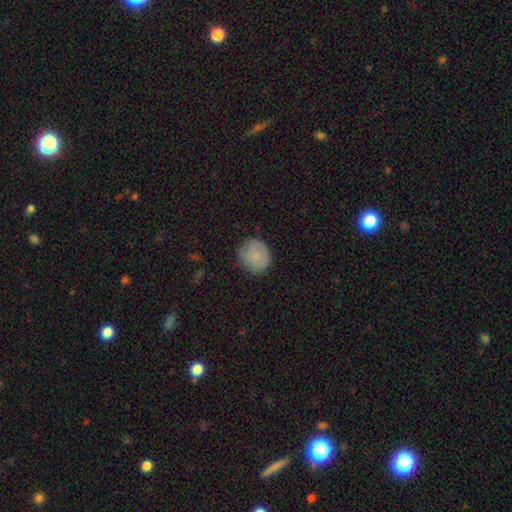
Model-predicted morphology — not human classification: A smooth galaxy with no disk features (84%) that is round (84%).

Vote fractions:
- Smooth or featured? smooth: 84% / featured or disk: 8% / star or artifact: 8%
- How rounded? round: 84% / in between: 15% / cigar-shaped: 1%
- Merging? none: 81% / minor disturbance: 15% / major disturbance: 3% / merger: 1%